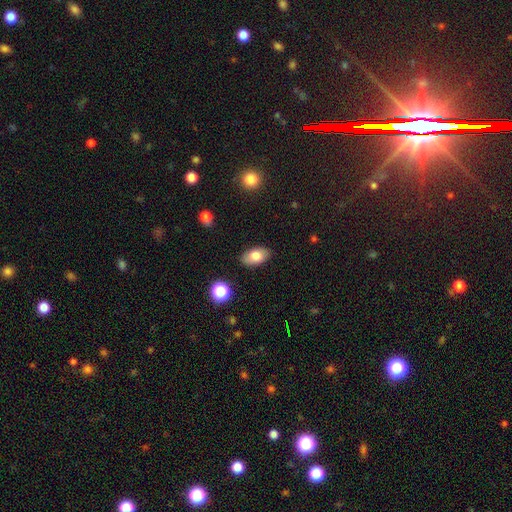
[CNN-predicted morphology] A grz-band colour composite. It shows a smooth galaxy with no disk features (78%) that is in between round and cigar-shaped (92%). Merging: none (85%).